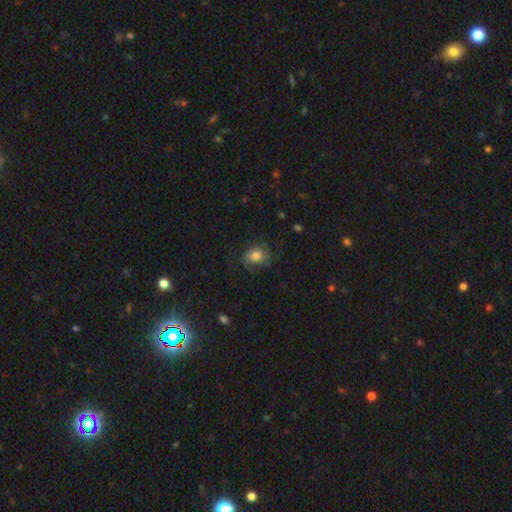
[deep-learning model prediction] Overall: smooth (62%; featured or disk 27%). How rounded: round (55%; in between 43%). Merging: none (60%; minor disturbance 23%).